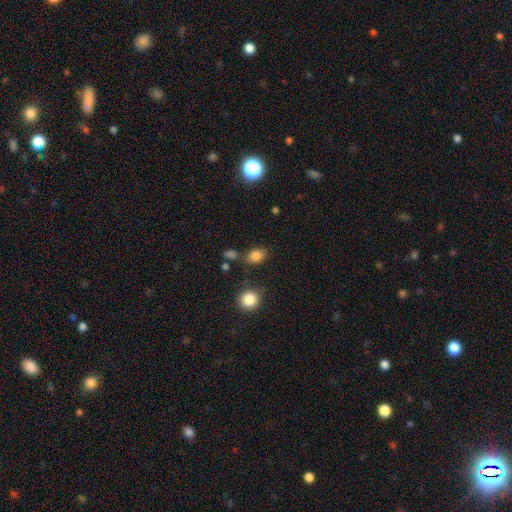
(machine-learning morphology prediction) type=smooth (83%); roundness=in between (68%); merging=none (74%).